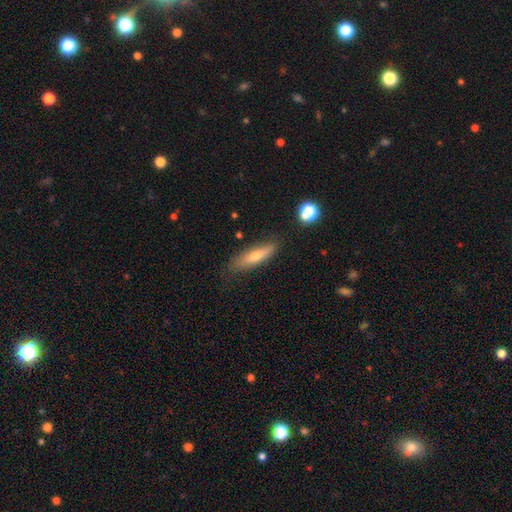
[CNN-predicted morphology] smooth-or-featured: smooth: 59% | featured or disk: 33% | star or artifact: 8%
  how-rounded: cigar-shaped: 71% | in between: 26% | round: 2%
  merging: none: 79% | minor disturbance: 16% | major disturbance: 3% | merger: 2%